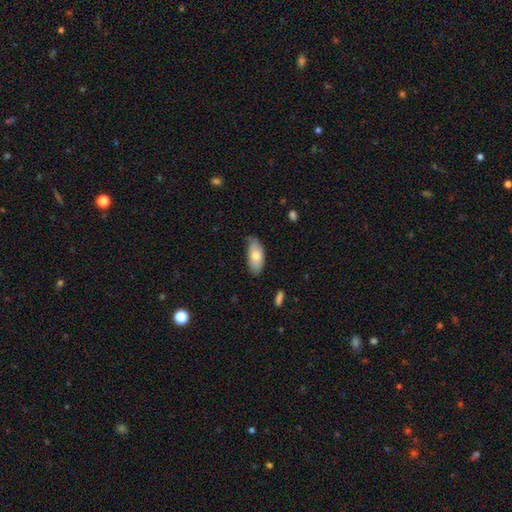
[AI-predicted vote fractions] smooth 73%, featured or disk 21%, star or artifact 7%. Down the decision tree: how rounded — in between (90%); merging — none (69%).